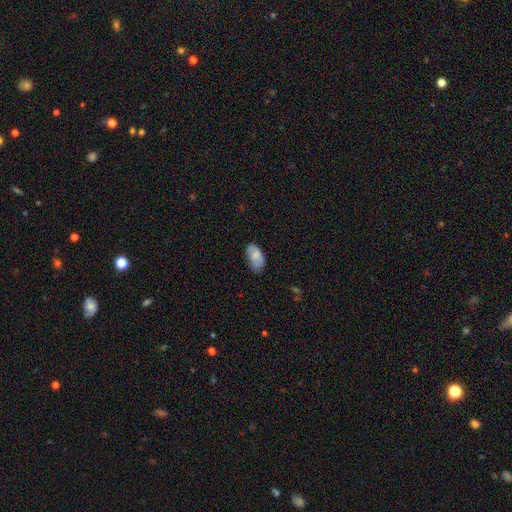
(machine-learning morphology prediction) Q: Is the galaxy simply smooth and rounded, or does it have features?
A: smooth — 81%.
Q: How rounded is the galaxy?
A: in between — 94%.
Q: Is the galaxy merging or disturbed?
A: none — 67%.